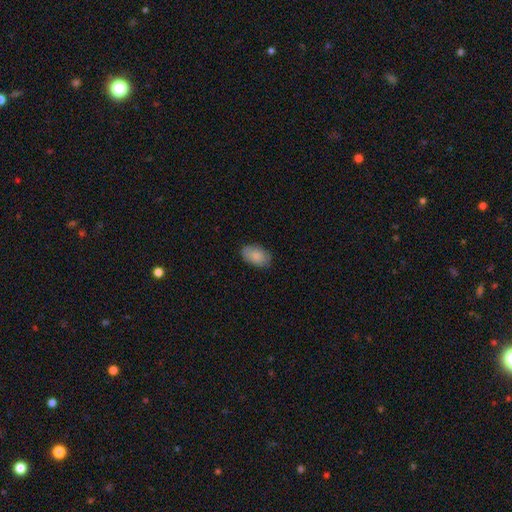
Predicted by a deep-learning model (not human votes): The model was most divided on "merging": none: 83%, minor disturbance: 13%, major disturbance: 3%, merger: 1%. More confident: how rounded — in between (92%); smooth or featured — smooth (86%).